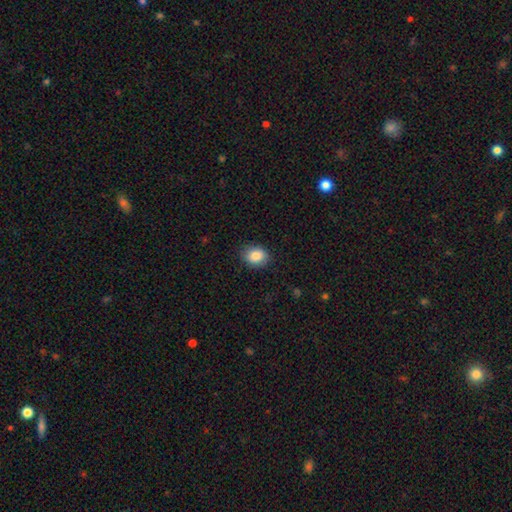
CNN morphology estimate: Q: Smooth or featured?
A: smooth (85%); runner-up: star or artifact (9%)
Q: How rounded?
A: in between (50%); runner-up: round (49%)
Q: Merging?
A: none (86%); runner-up: minor disturbance (10%)